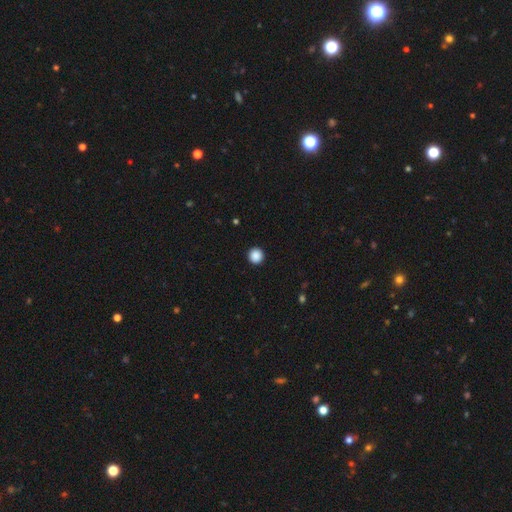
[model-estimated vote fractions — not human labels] Smooth or featured: smooth — 89% (star or artifact — 9%)
How rounded: round — 96% (in between — 3%)
Merging: none — 94% (minor disturbance — 4%)